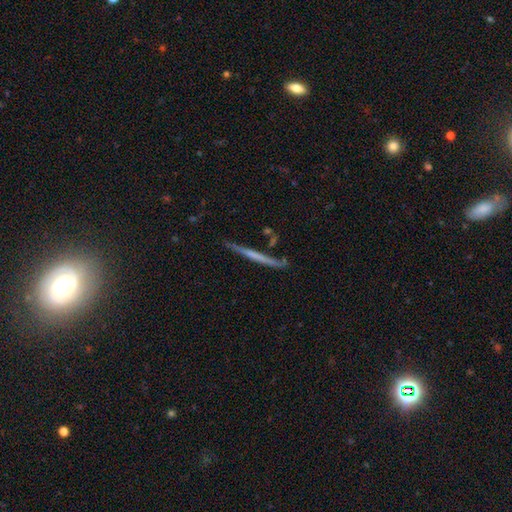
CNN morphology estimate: Overall: featured or disk (55%; smooth 39%). Edge-on disk: yes (95%). Edge-on bulge: none (81%). Merging: none (77%).